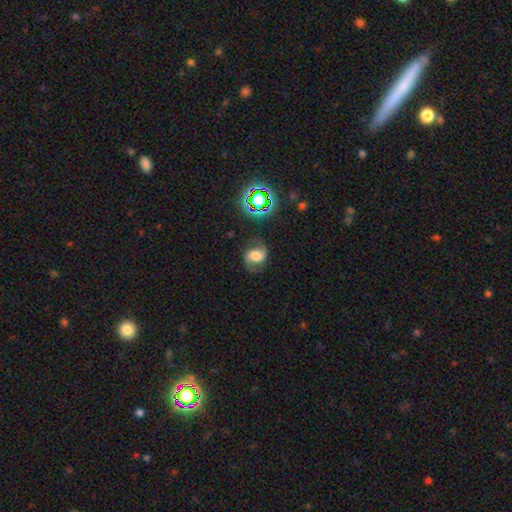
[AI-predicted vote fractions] featured or disk 69%, smooth 18%, star or artifact 12%. Down the decision tree: edge-on disk — no (97%); bar — no (40%); spiral arms — yes (94%); spiral arm count — 2 (91%); spiral winding — medium (50%); bulge size — moderate (43%); merging — none (74%).